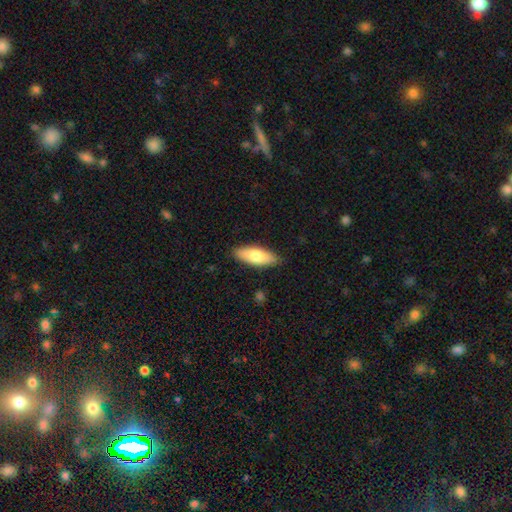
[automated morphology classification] A smooth galaxy with no disk features (76%) that is in between round and cigar-shaped (69%).

Vote fractions:
- Smooth or featured? smooth: 76% / featured or disk: 19% / star or artifact: 6%
- How rounded? in between: 69% / cigar-shaped: 29% / round: 2%
- Merging? none: 87% / minor disturbance: 10% / major disturbance: 2% / merger: 1%